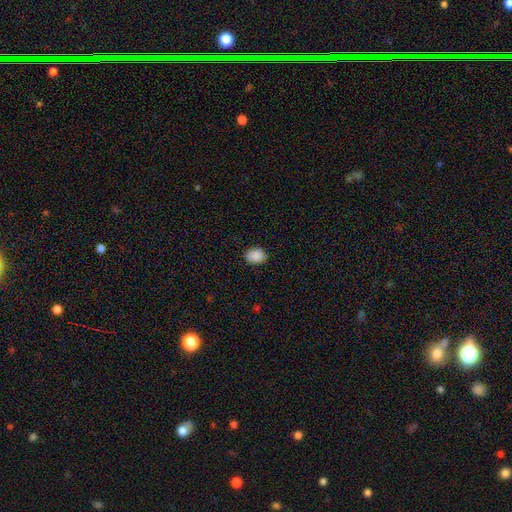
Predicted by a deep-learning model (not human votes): Morphology: type=smooth (89%); roundness=in between (63%); merging=none (86%).